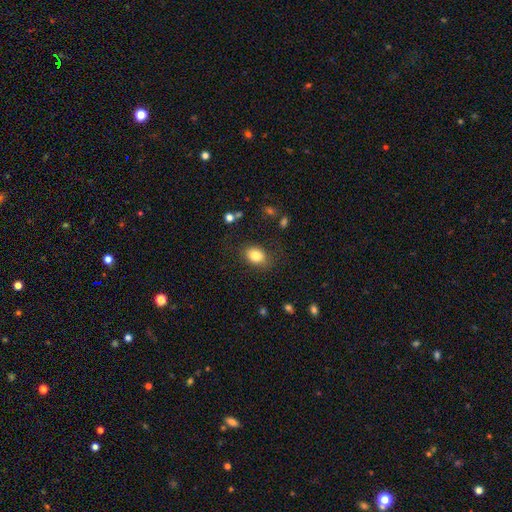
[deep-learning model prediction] A smooth galaxy with no disk features (83%) that is in between round and cigar-shaped (72%). Merging: none (80%).